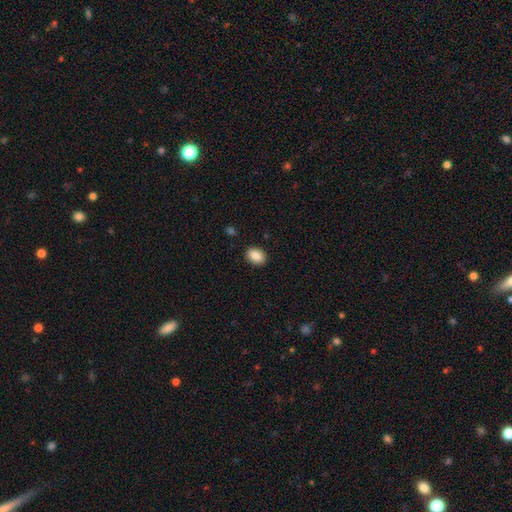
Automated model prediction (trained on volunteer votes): Morphology: type=smooth (88%); roundness=in between (75%); merging=none (90%).